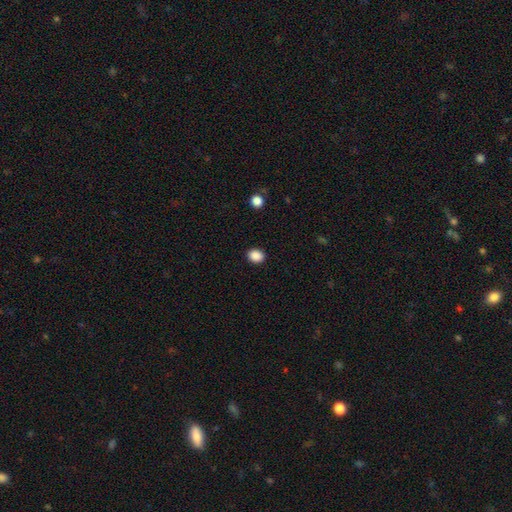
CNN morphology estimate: smooth_or_featured: smooth (p=0.89) [alt: star or artifact p=0.09]
how_rounded: in between (p=0.52) [alt: round p=0.47]
merging: none (p=0.91) [alt: minor disturbance p=0.06]